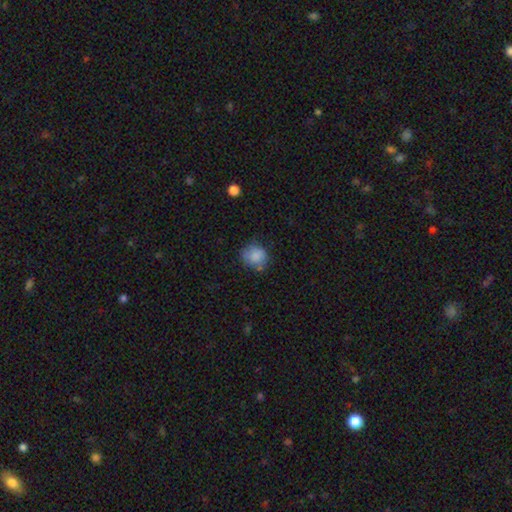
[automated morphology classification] This appears to be a smooth galaxy with no disk features (84%) that is round (77%). Merging: none (66%).